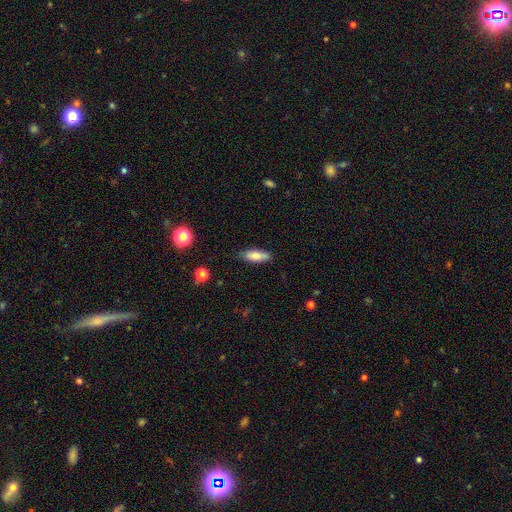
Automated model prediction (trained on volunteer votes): Morphology: type=smooth (78%); roundness=in between (56%); merging=none (76%).